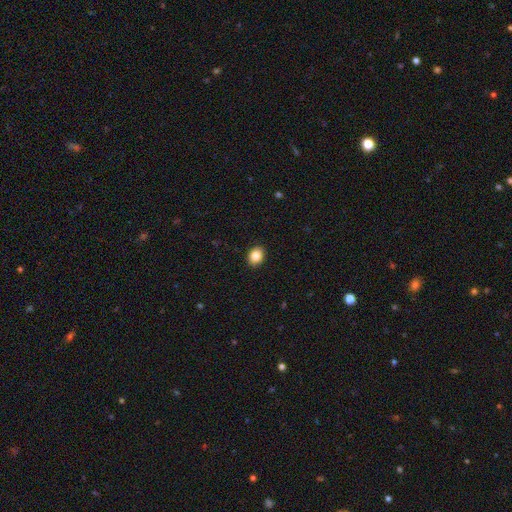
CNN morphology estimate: smooth 85%, star or artifact 9%, featured or disk 6%. Down the decision tree: how rounded — round (51%); merging — none (92%).